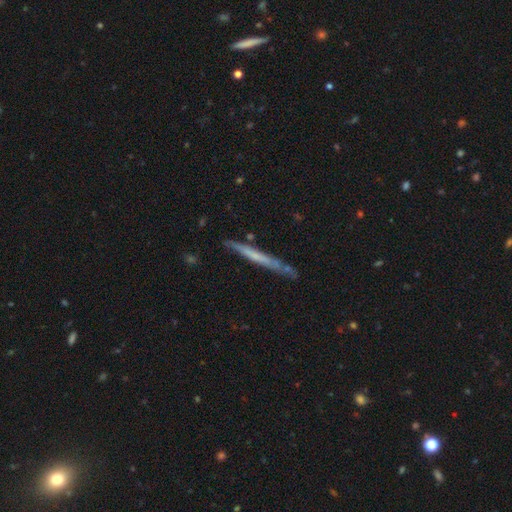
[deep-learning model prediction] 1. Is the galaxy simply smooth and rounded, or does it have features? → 50% featured or disk, 43% smooth, 6% star or artifact.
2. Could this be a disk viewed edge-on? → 93% yes, 7% no.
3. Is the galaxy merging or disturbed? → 78% none, 16% minor disturbance, 3% merger, 3% major disturbance.